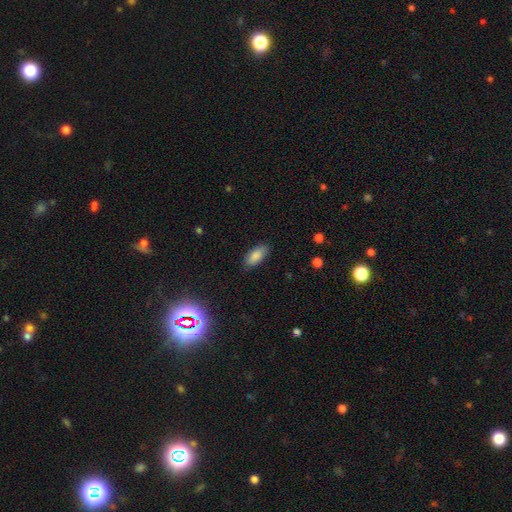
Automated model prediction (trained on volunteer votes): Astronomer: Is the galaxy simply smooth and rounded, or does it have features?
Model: smooth — 86%.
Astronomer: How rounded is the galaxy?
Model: in between — 87%.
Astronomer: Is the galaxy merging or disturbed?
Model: none — 86%.